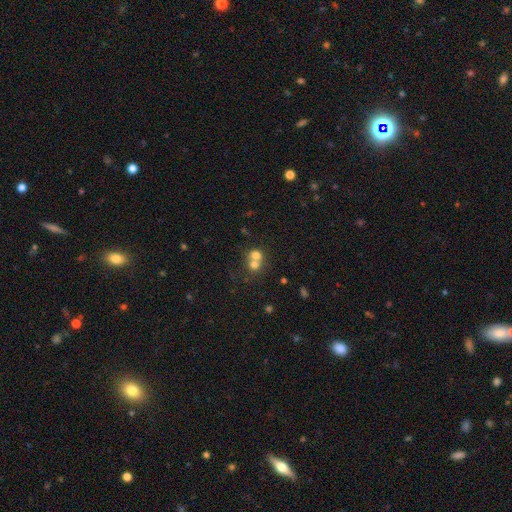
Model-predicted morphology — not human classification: Q: Smooth or featured?
A: smooth (68%); runner-up: featured or disk (19%)
Q: How rounded?
A: round (77%); runner-up: in between (22%)
Q: Merging?
A: merger (65%); runner-up: none (28%)